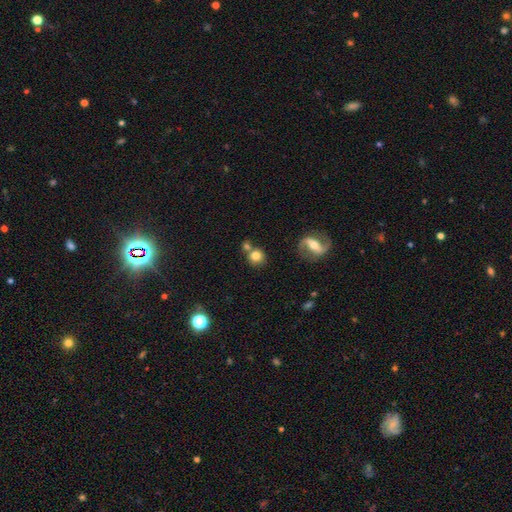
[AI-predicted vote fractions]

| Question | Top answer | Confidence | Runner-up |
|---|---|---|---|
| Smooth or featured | smooth | 76% | featured or disk (14%) |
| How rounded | round | 89% | in between (10%) |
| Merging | none | 62% | merger (24%) |